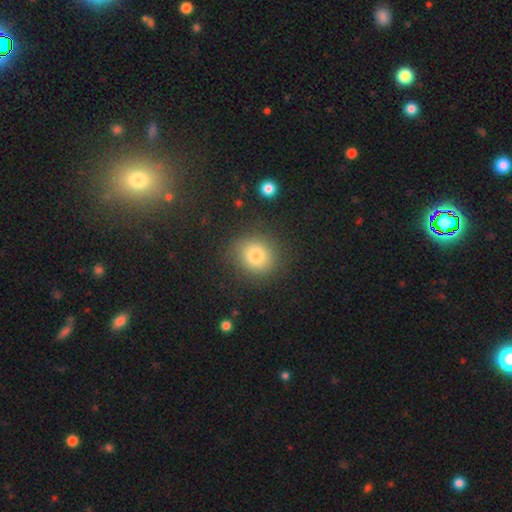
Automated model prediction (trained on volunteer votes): smooth 80%, star or artifact 11%, featured or disk 9%. Down the decision tree: how rounded — round (81%); merging — none (84%).